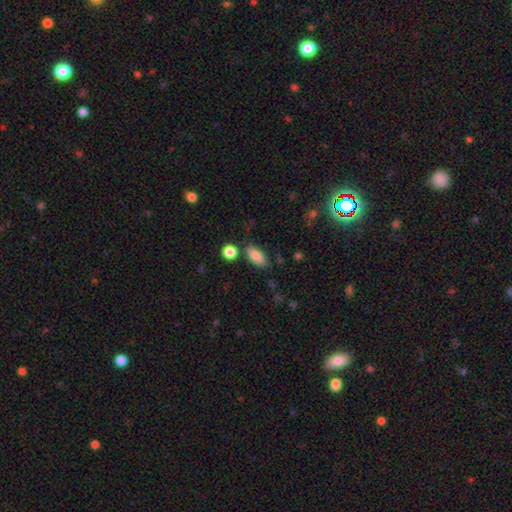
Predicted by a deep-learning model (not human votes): smooth-or-featured: smooth: 84% | star or artifact: 8% | featured or disk: 8%
  how-rounded: in between: 88% | cigar-shaped: 7% | round: 4%
  merging: none: 75% | minor disturbance: 15% | merger: 6% | major disturbance: 4%